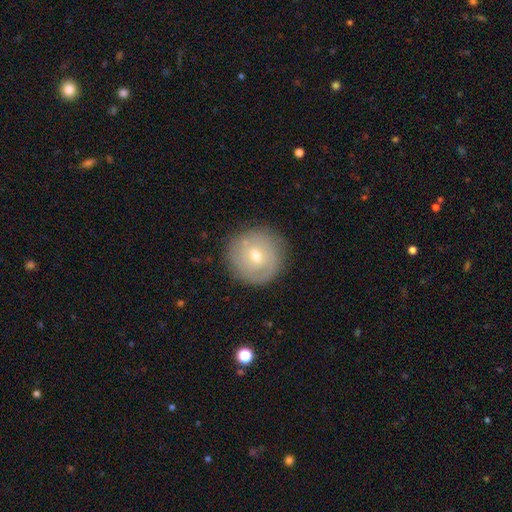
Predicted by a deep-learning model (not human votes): A smooth galaxy with no disk features (47%). Merging: none (84%).